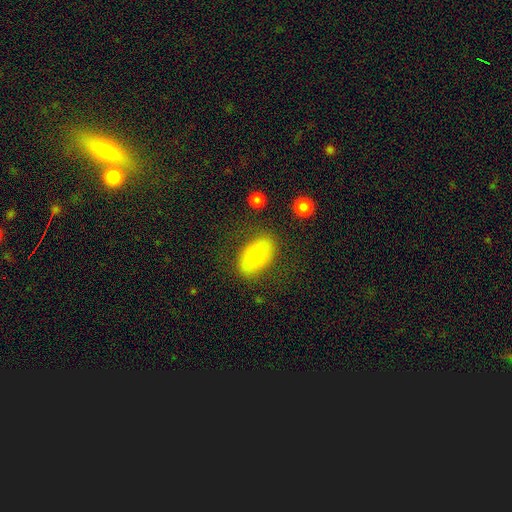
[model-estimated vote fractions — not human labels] smooth-or-featured: smooth: 64% | featured or disk: 29% | star or artifact: 7%
  how-rounded: in between: 88% | round: 11% | cigar-shaped: 2%
  merging: none: 77% | minor disturbance: 15% | major disturbance: 6% | merger: 3%